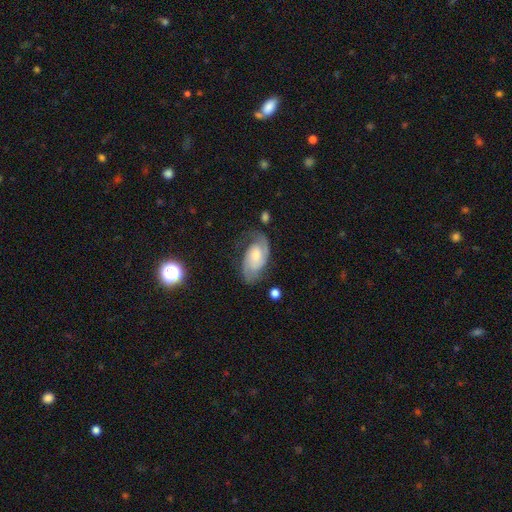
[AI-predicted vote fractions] smooth-or-featured: featured or disk: 81% | smooth: 12% | star or artifact: 7%
  disk-edge-on: no: 96% | yes: 4%
    bar: no: 59% | weak: 33% | strong: 7%
    has-spiral-arms: yes: 96% | no: 4%
      spiral-winding: medium: 45% | tight: 42% | loose: 13%
      spiral-arm-count: 2: 84% | can't tell: 7% | 3: 3% | 1: 3% | 4: 1% | more than 4: 1%
    bulge-size: moderate: 40% | small: 36% | large: 12% | none: 10% | dominant: 2%
  merging: none: 71% | minor disturbance: 18% | major disturbance: 9% | merger: 2%